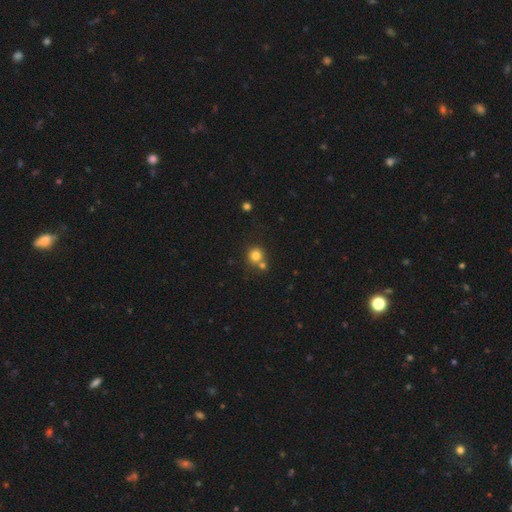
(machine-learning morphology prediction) Q: Smooth or featured?
A: smooth (80%); runner-up: star or artifact (13%)
Q: How rounded?
A: round (90%); runner-up: in between (9%)
Q: Merging?
A: none (61%); runner-up: merger (28%)